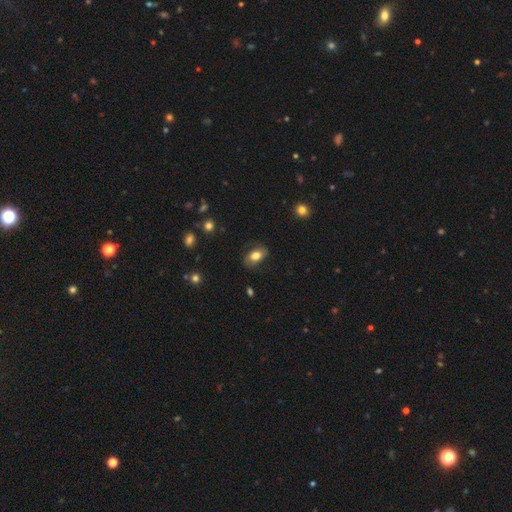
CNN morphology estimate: This is likely a smooth galaxy (74%). How rounded: clearly in between (88%). Merging: likely none (78%).